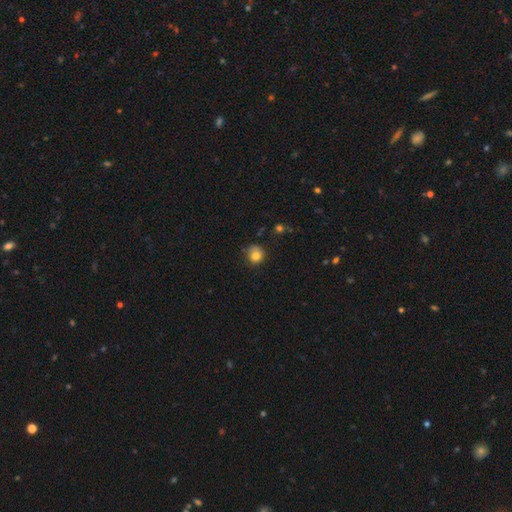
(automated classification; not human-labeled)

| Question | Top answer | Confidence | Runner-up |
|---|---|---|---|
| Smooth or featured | smooth | 80% | star or artifact (12%) |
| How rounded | round | 83% | in between (16%) |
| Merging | none | 66% | minor disturbance (25%) |